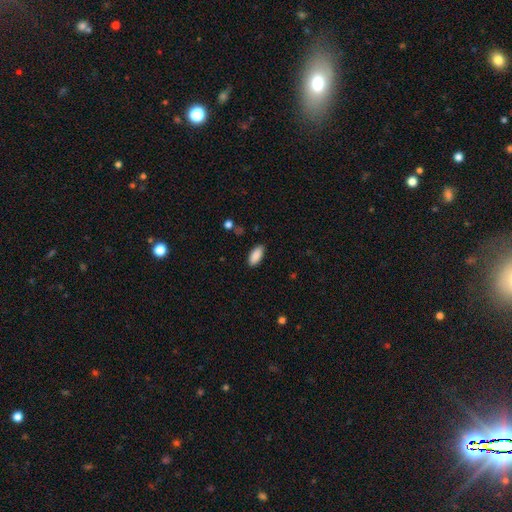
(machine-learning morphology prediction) smooth 90%, star or artifact 6%, featured or disk 4%. Down the decision tree: how rounded — in between (89%); merging — none (87%).